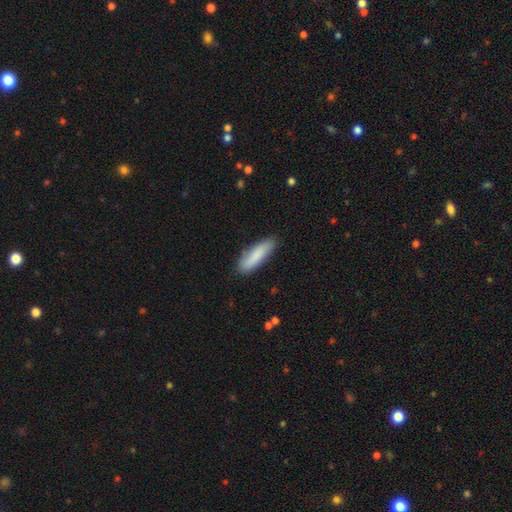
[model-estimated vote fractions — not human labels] This appears to be a smooth galaxy with no disk features (83%) that is cigar-shaped (61%). Merging: none (83%).